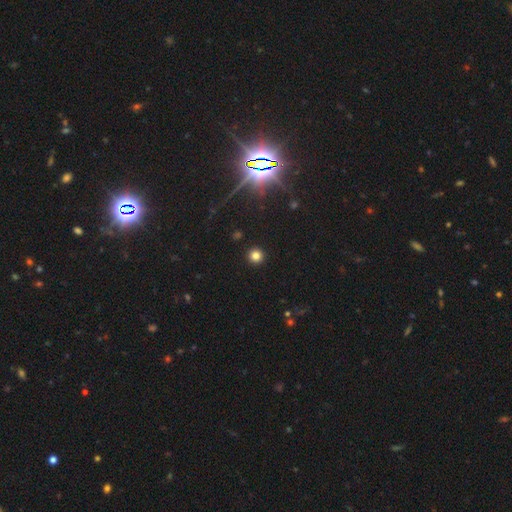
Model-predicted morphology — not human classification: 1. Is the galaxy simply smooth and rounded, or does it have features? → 80% smooth, 15% star or artifact, 5% featured or disk.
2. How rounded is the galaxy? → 95% round, 4% in between, 1% cigar-shaped.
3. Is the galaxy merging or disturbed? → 93% none, 4% minor disturbance, 2% major disturbance, 1% merger.